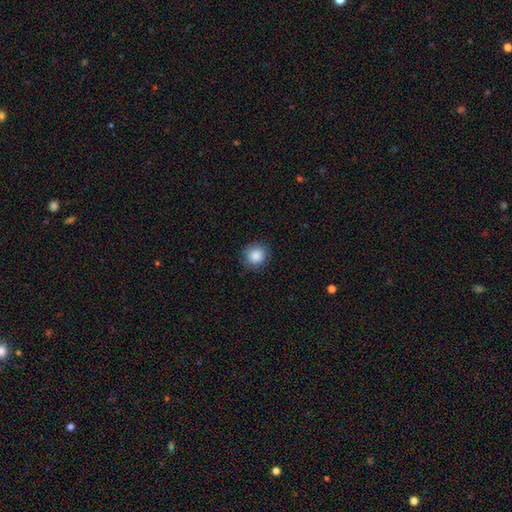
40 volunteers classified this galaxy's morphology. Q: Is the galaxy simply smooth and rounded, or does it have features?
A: smooth — 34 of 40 (85%).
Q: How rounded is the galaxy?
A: round — 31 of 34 (91%).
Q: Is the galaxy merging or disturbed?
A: none — 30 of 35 (86%).